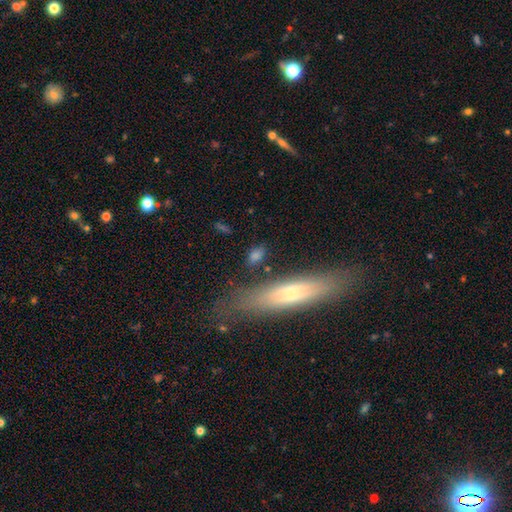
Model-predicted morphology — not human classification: smooth_or_featured: smooth (p=0.70) [alt: featured or disk p=0.20]
how_rounded: in between (p=0.60) [alt: cigar-shaped p=0.29]
merging: none (p=0.76) [alt: minor disturbance p=0.15]